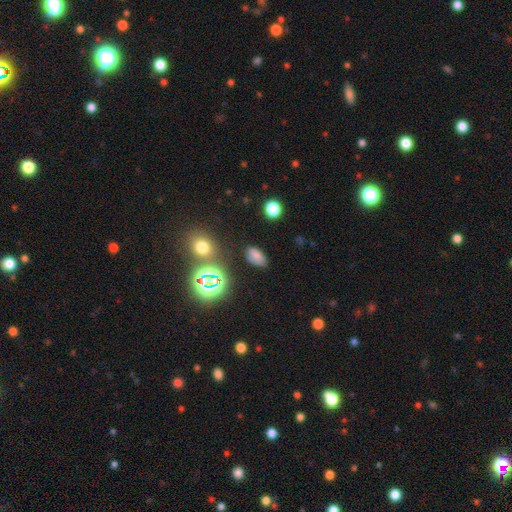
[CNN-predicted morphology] A smooth galaxy with no disk features (65%) that is in between round and cigar-shaped (90%).

Vote fractions:
- Smooth or featured? smooth: 65% / star or artifact: 23% / featured or disk: 11%
- How rounded? in between: 90% / round: 8% / cigar-shaped: 2%
- Merging? none: 78% / minor disturbance: 15% / major disturbance: 5% / merger: 3%